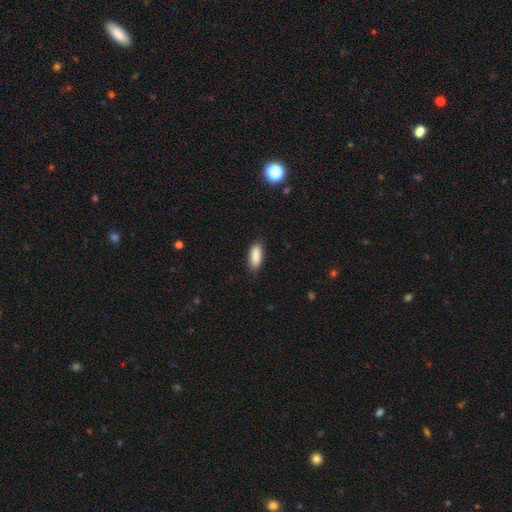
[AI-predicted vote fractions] smooth-or-featured: smooth: 89% | star or artifact: 6% | featured or disk: 5%
  how-rounded: in between: 79% | cigar-shaped: 19% | round: 2%
  merging: none: 83% | minor disturbance: 13% | major disturbance: 2% | merger: 1%